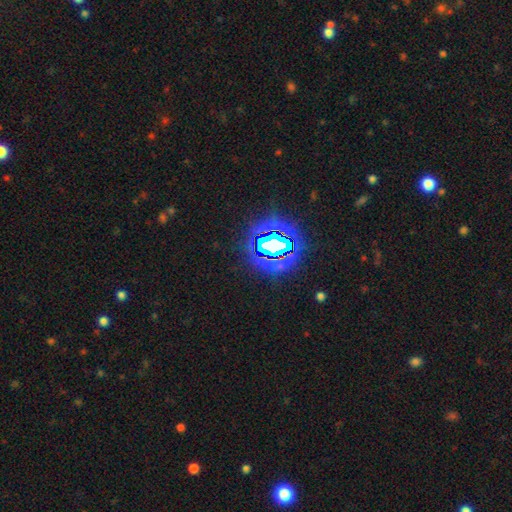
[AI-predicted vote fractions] Smooth or featured: star or artifact — 82% (smooth — 11%)